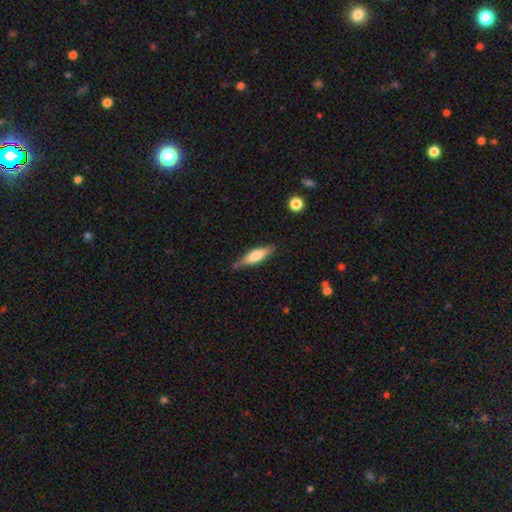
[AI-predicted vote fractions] smooth-or-featured: smooth: 60% | featured or disk: 34% | star or artifact: 6%
  how-rounded: cigar-shaped: 63% | in between: 35% | round: 2%
  merging: none: 75% | minor disturbance: 18% | major disturbance: 4% | merger: 4%